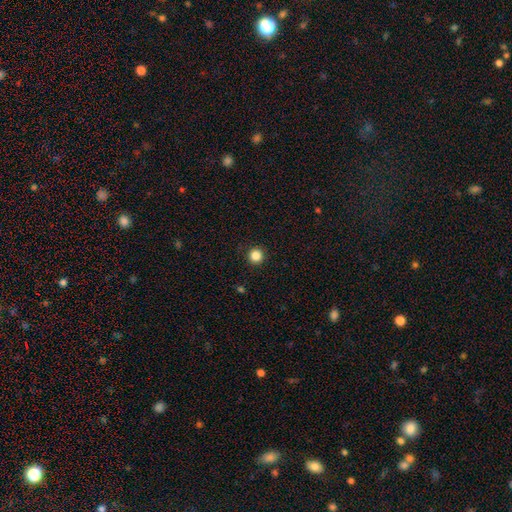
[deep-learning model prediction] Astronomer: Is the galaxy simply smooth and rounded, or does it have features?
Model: smooth — 86%.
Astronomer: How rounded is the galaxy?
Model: round — 96%.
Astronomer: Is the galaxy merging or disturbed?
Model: none — 93%.